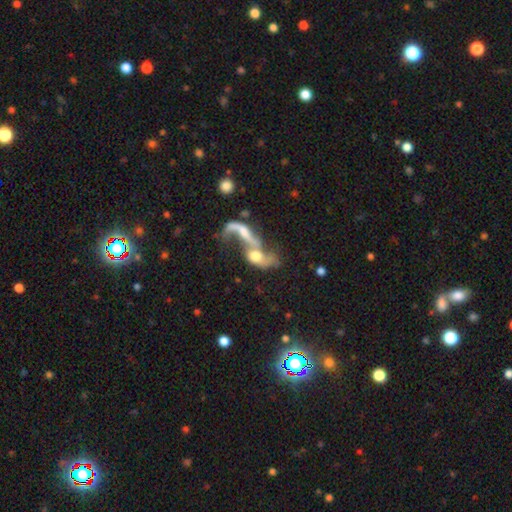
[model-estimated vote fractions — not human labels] A featured or disk galaxy (55%).

Vote fractions:
- Smooth or featured? featured or disk: 55% / smooth: 34% / star or artifact: 11%
- Edge-on disk? no: 90% / yes: 10%
- Merging? merger: 73% / major disturbance: 14% / none: 9% / minor disturbance: 5%